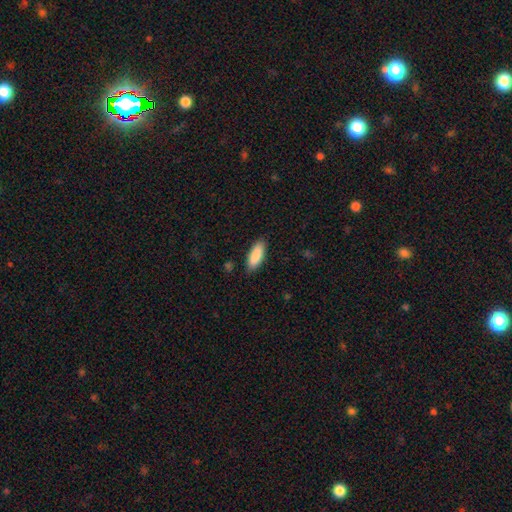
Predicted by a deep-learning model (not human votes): This appears to be a smooth galaxy with no disk features (89%) that is in between round and cigar-shaped (71%). Merging: none (86%).